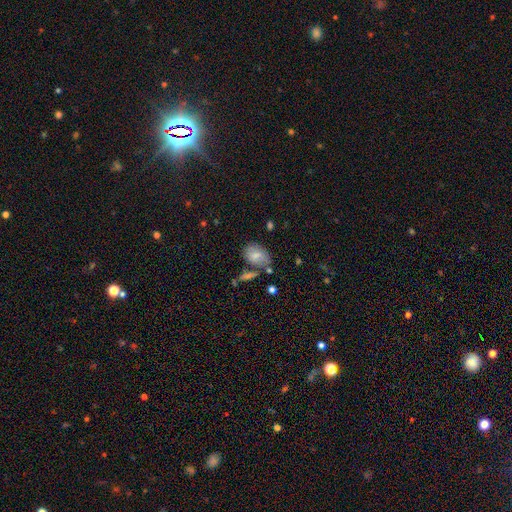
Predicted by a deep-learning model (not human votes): Smooth or featured?
  - smooth: 71% *
  - featured or disk: 21%
  - star or artifact: 8%
How rounded?
  - in between: 80% *
  - round: 18%
  - cigar-shaped: 2%
Merging?
  - none: 59% *
  - minor disturbance: 20%
  - merger: 14%
  - major disturbance: 7%